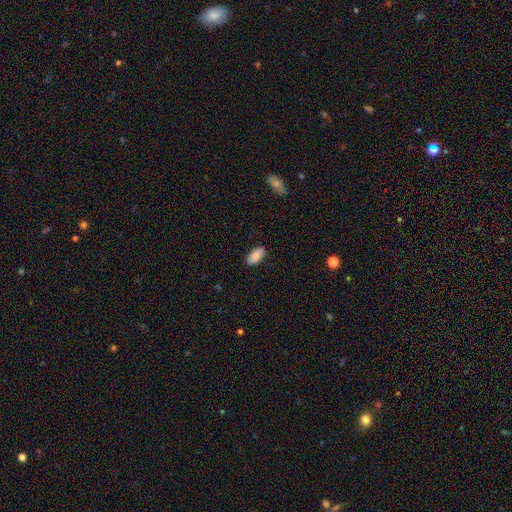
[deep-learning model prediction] smooth_or_featured: smooth (p=0.85) [alt: featured or disk p=0.08]
how_rounded: in between (p=0.94) [alt: cigar-shaped p=0.04]
merging: none (p=0.88) [alt: minor disturbance p=0.09]